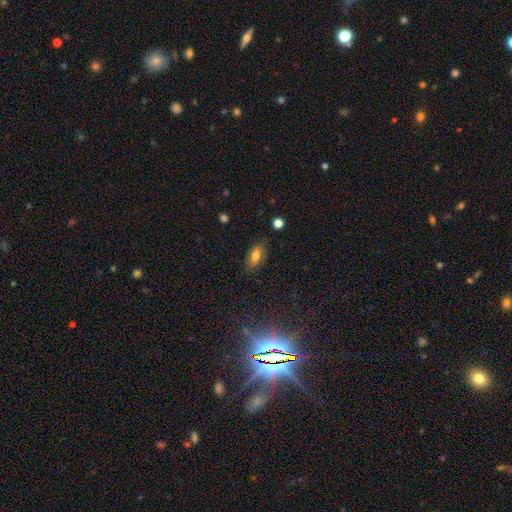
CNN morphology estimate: This appears to be a smooth galaxy with no disk features (76%) that is in between round and cigar-shaped (83%). Merging: none (82%).